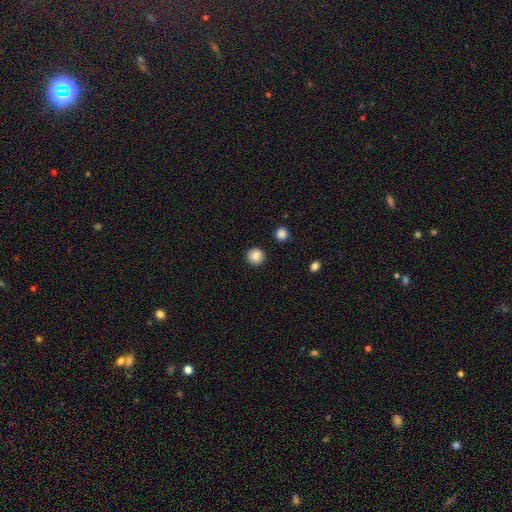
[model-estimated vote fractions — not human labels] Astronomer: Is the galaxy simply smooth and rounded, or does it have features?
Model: smooth — 86%.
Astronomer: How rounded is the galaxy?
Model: round — 94%.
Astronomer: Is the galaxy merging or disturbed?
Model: none — 91%.